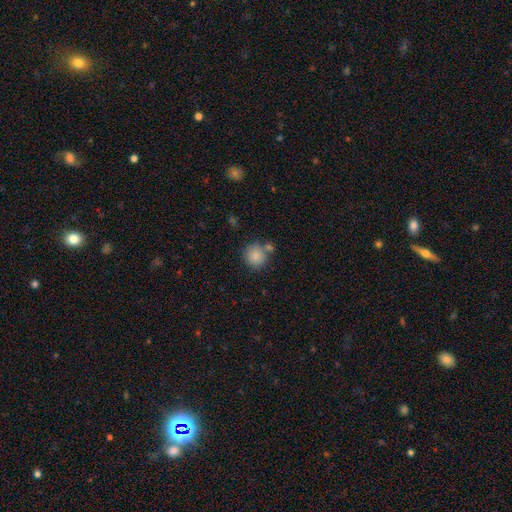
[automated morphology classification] smooth-or-featured: smooth: 86% | star or artifact: 9% | featured or disk: 5%
  how-rounded: round: 91% | in between: 8% | cigar-shaped: 1%
  merging: none: 70% | merger: 15% | minor disturbance: 12% | major disturbance: 4%